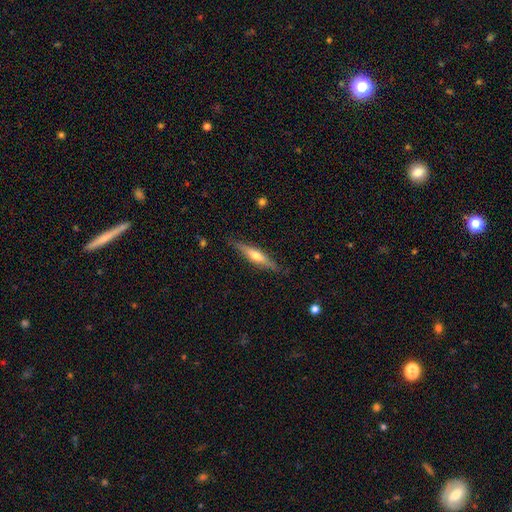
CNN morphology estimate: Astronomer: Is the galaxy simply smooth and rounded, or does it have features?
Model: featured or disk — 58% (runner-up: smooth, 36%).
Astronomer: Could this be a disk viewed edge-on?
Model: yes — 94%.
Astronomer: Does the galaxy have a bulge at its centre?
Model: rounded — 81%.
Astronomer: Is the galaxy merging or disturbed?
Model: none — 84%.